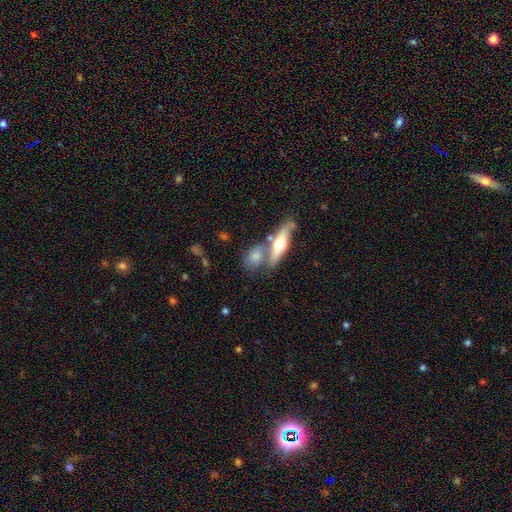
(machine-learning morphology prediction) The model was most divided on "smooth or featured": smooth: 47%, featured or disk: 45%, star or artifact: 8%. More confident: merging — none (55%).